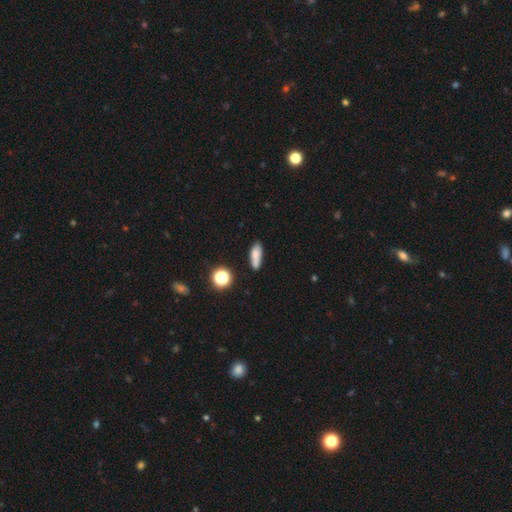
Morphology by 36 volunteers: type=smooth (81%); roundness=cigar-shaped (52%); merging=none (65%).